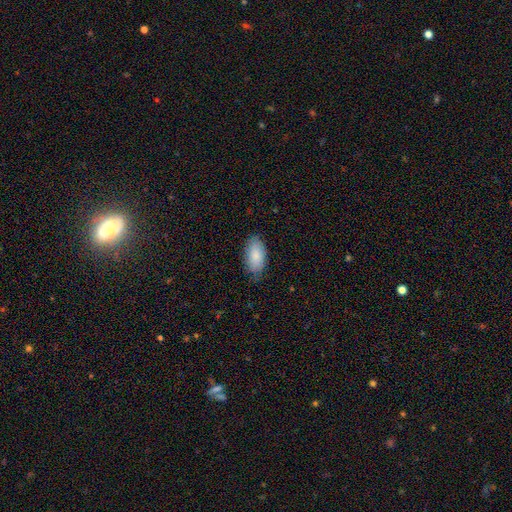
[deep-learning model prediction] Overall: smooth (87%). How rounded: in between (94%). Merging: none (80%).